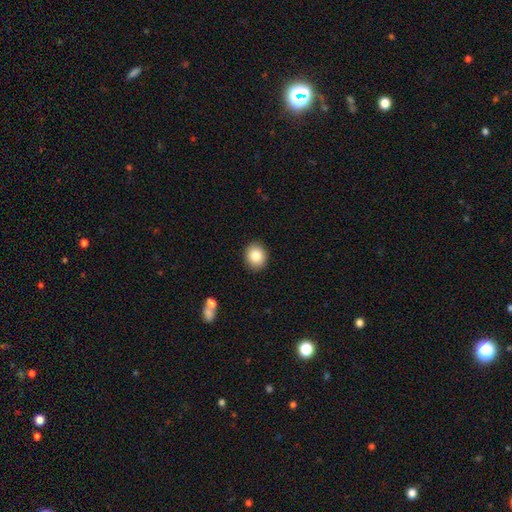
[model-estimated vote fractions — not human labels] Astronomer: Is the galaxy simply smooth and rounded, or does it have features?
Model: smooth — 83%.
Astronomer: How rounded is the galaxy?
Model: round — 74%.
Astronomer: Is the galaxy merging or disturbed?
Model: none — 91%.